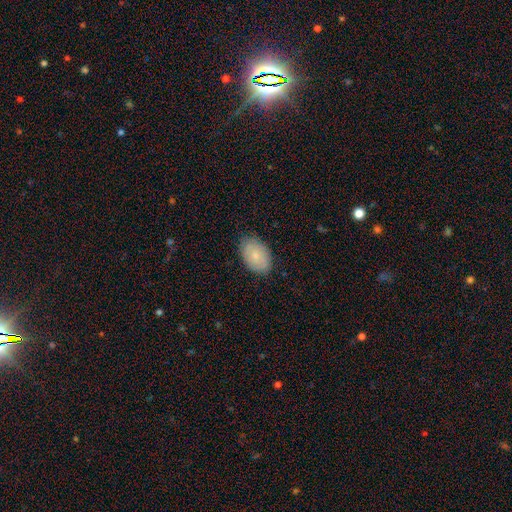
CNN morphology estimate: Smooth or featured: smooth — 75% (featured or disk — 19%)
How rounded: in between — 87% (round — 12%)
Merging: none — 82% (minor disturbance — 14%)